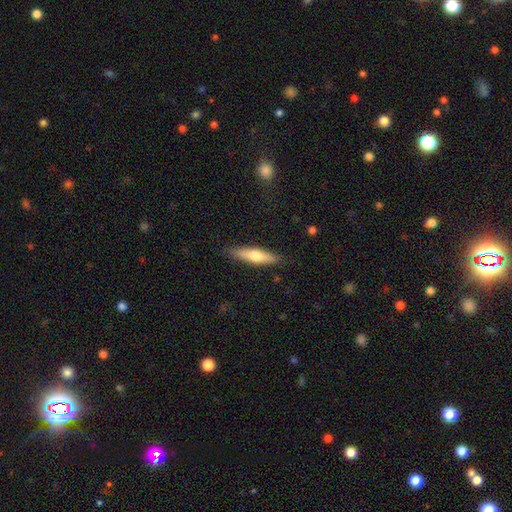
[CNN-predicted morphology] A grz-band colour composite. It shows a smooth galaxy with no disk features (57%) that is cigar-shaped (74%). Merging: none (86%).